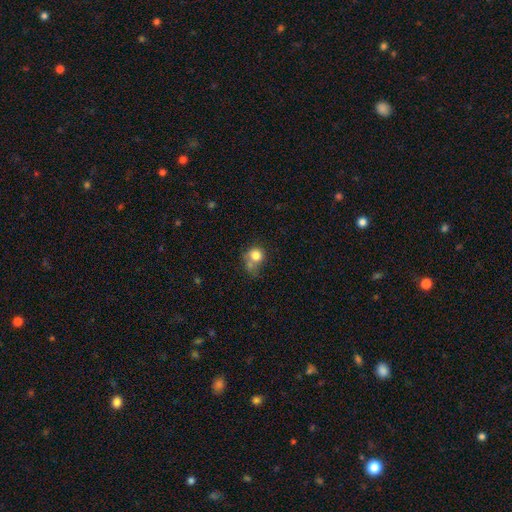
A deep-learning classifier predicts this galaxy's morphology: Q: Smooth or featured?
A: smooth (79%); runner-up: star or artifact (11%)
Q: How rounded?
A: round (79%); runner-up: in between (20%)
Q: Merging?
A: none (41%); runner-up: merger (30%)